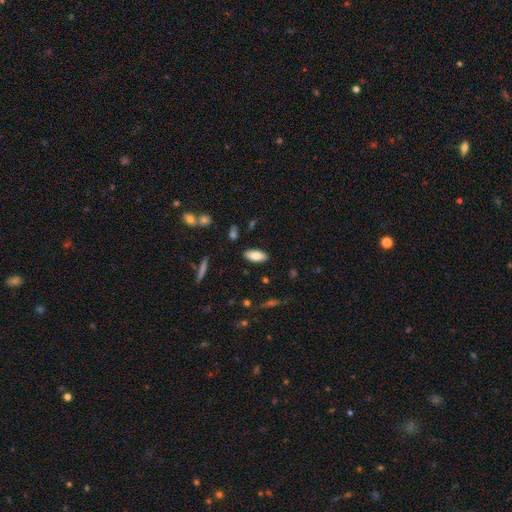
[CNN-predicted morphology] A smooth galaxy with no disk features (80%) that is in between round and cigar-shaped (85%). Merging: none (87%).